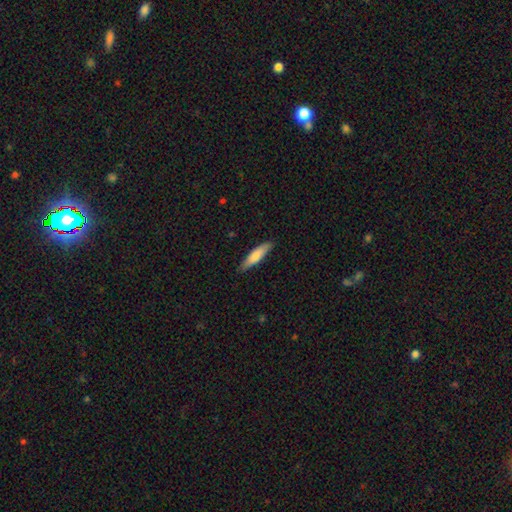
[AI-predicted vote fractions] smooth-or-featured: smooth: 76% | featured or disk: 19% | star or artifact: 5%
  how-rounded: cigar-shaped: 75% | in between: 23% | round: 1%
  merging: none: 85% | minor disturbance: 12% | major disturbance: 2% | merger: 1%